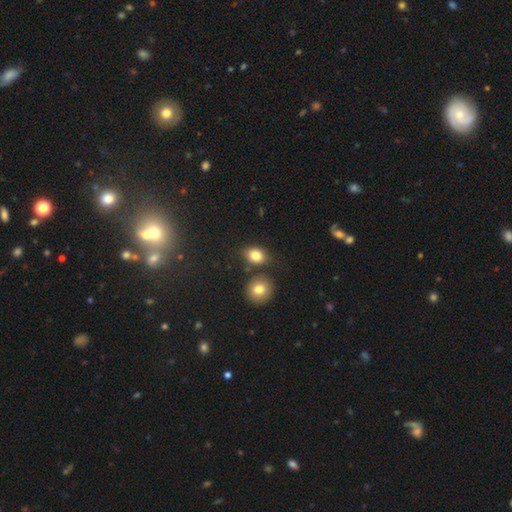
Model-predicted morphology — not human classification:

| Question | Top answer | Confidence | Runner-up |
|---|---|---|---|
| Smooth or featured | smooth | 81% | star or artifact (10%) |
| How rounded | in between | 58% | round (41%) |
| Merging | none | 72% | merger (12%) |